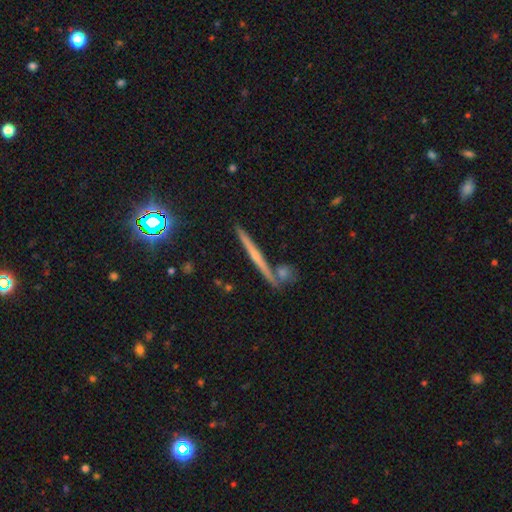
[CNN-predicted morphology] This is likely a featured or disk galaxy (65%). It is clearly viewed edge-on (97%). Edge-on bulge: possibly rounded (56%). Merging: clearly none (82%).